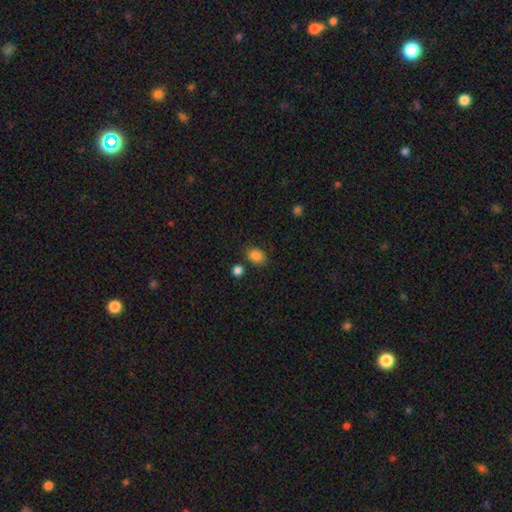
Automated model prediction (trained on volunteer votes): Smooth or featured? Predicted: smooth (p=0.86). How rounded? Predicted: in between (p=0.61). Merging? Predicted: none (p=0.75).